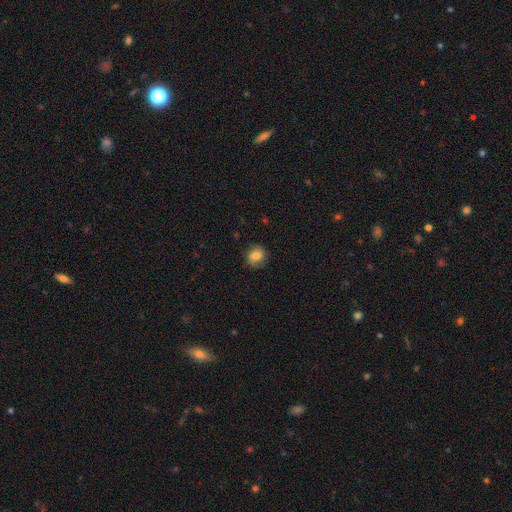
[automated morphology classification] type=smooth (64%); roundness=round (79%); merging=none (78%).